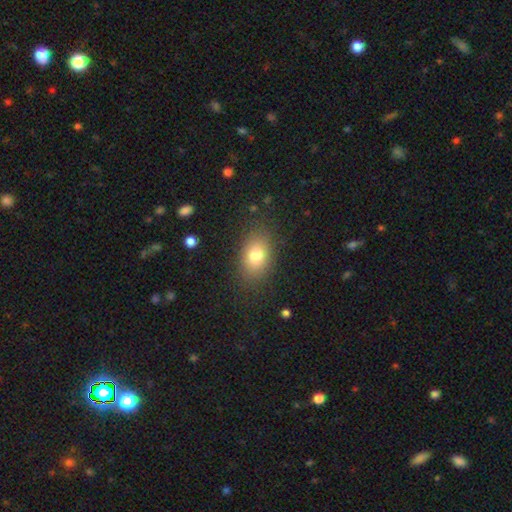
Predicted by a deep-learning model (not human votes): Q: Smooth or featured?
A: smooth (79%); runner-up: featured or disk (11%)
Q: How rounded?
A: in between (81%); runner-up: round (17%)
Q: Merging?
A: none (84%); runner-up: minor disturbance (11%)